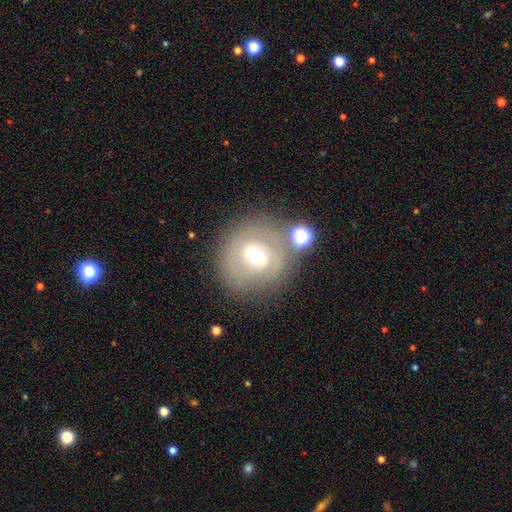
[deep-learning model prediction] A featured or disk galaxy (45%). Merging: none (67%).